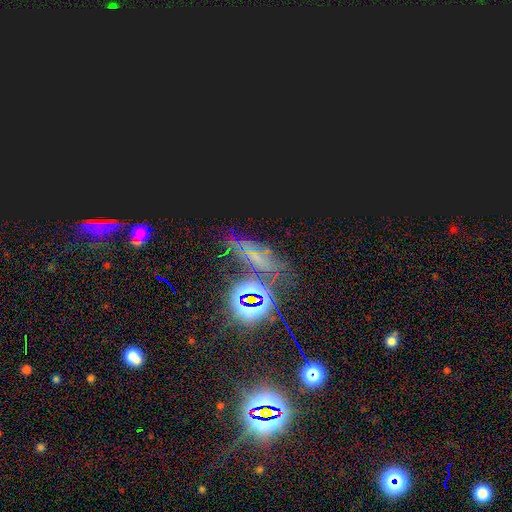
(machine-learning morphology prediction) A star or artifact, not a galaxy (57%).

Vote fractions:
- Smooth or featured? star or artifact: 57% / featured or disk: 22% / smooth: 20%